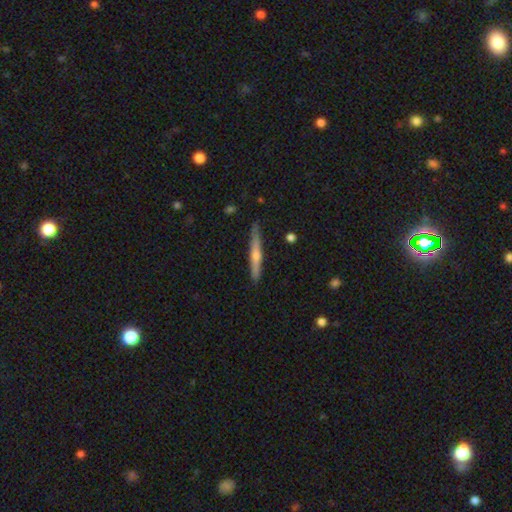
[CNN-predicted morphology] Smooth or featured? featured or disk (64%)
Edge-on disk? yes (97%)
Edge-on bulge? rounded (81%)
Merging? none (88%)